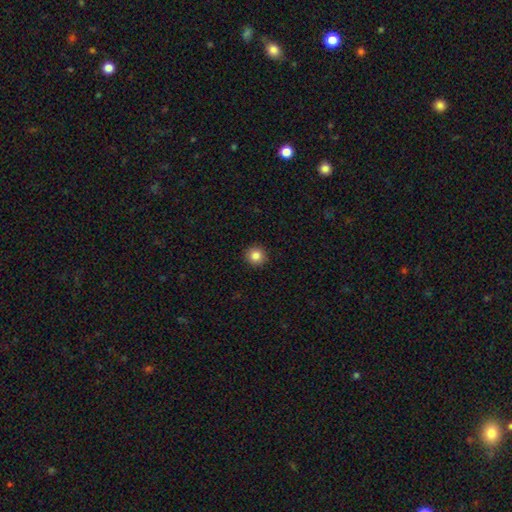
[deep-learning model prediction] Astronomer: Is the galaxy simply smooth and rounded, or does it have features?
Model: smooth — 85%.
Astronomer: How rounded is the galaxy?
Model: round — 93%.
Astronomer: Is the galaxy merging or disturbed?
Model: none — 92%.